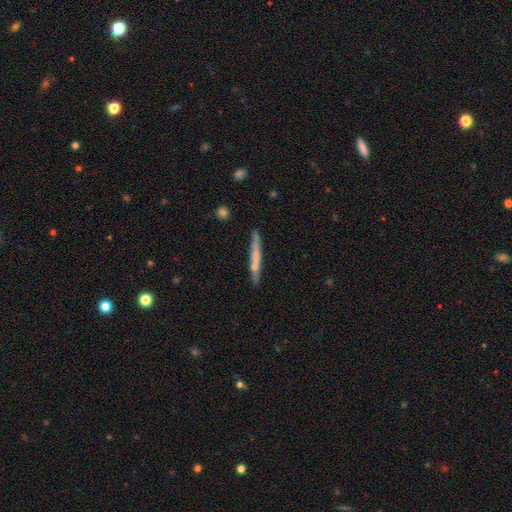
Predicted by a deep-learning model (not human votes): smooth_or_featured: smooth (p=0.51) [alt: featured or disk p=0.43]
how_rounded: cigar-shaped (p=0.95) [alt: in between p=0.03]
merging: none (p=0.79) [alt: minor disturbance p=0.14]